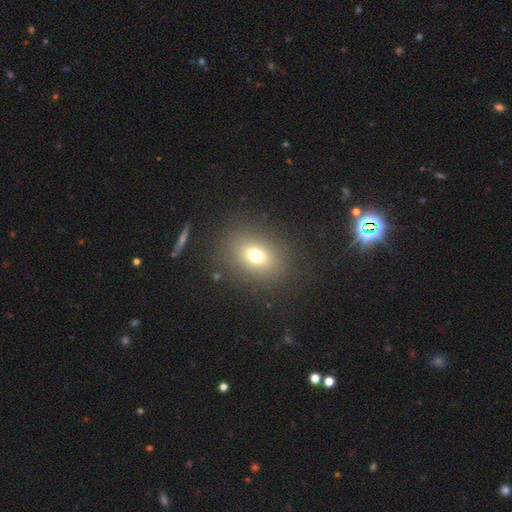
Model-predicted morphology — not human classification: smooth-or-featured: smooth: 71% | star or artifact: 16% | featured or disk: 13%
  how-rounded: in between: 56% | round: 43% | cigar-shaped: 1%
  merging: none: 85% | minor disturbance: 8% | major disturbance: 5% | merger: 2%